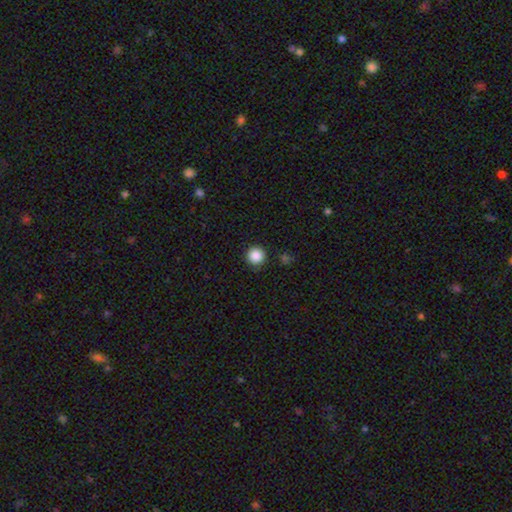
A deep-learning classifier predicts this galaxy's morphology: Q: Smooth or featured?
A: smooth (87%); runner-up: star or artifact (10%)
Q: How rounded?
A: round (96%); runner-up: in between (3%)
Q: Merging?
A: none (90%); runner-up: minor disturbance (6%)